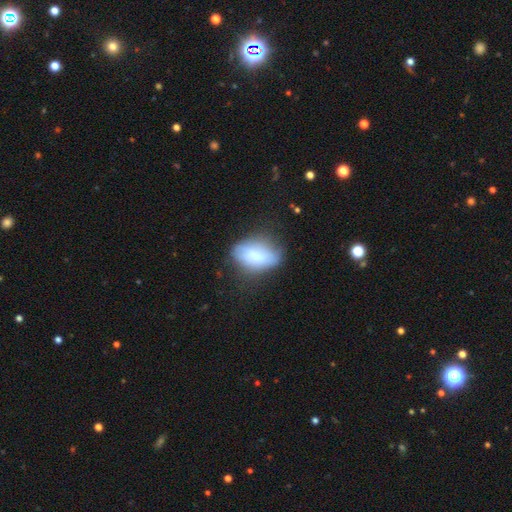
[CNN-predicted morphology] A smooth galaxy with no disk features (69%) that is in between round and cigar-shaped (86%). Merging: none (49%).